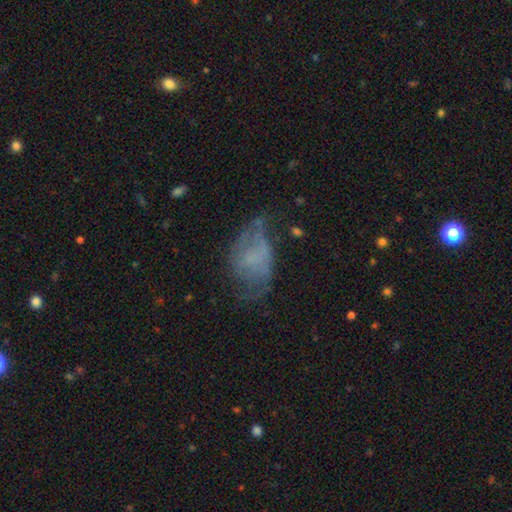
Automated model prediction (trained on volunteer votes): The model was most divided on "merging": none: 38%, major disturbance: 32%, minor disturbance: 28%, merger: 3%. More confident: edge-on disk — no (96%); smooth or featured — featured or disk (51%).